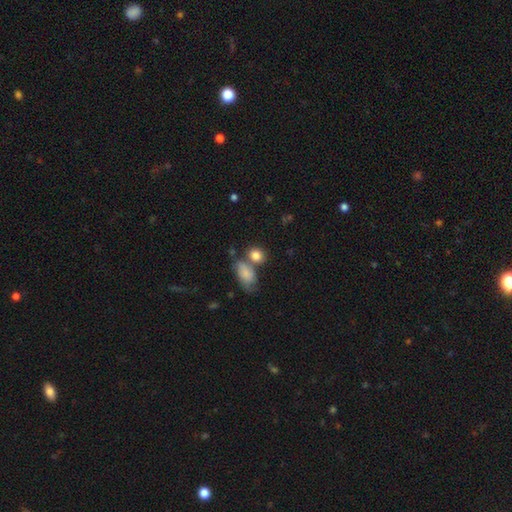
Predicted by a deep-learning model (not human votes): Overall: smooth (84%). How rounded: in between (51%; round 47%). Merging: none (51%; merger 30%).